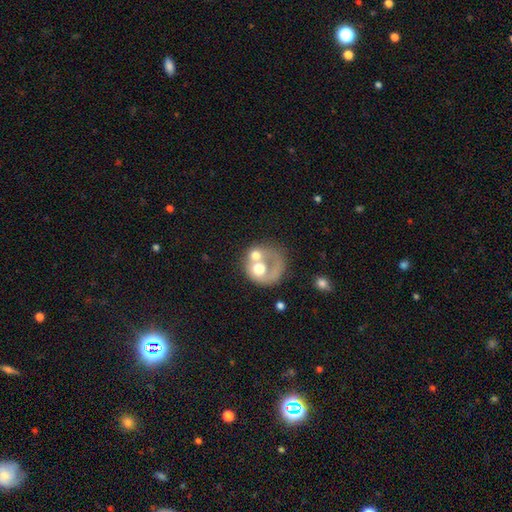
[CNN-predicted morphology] smooth_or_featured: featured or disk (p=0.48) [alt: smooth p=0.44]
merging: merger (p=0.48) [alt: none p=0.24]